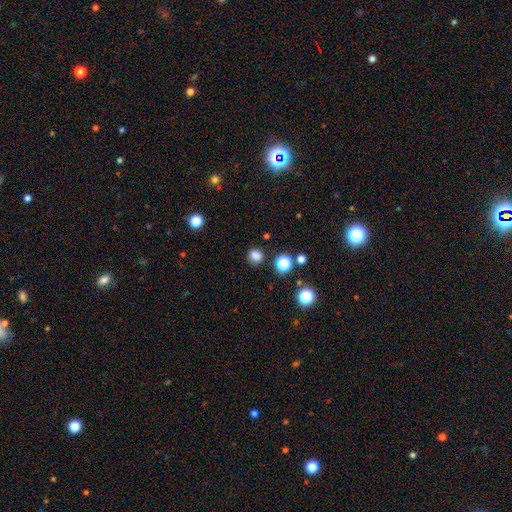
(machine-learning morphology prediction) smooth-or-featured: smooth: 81% | star or artifact: 16% | featured or disk: 4%
  how-rounded: round: 84% | in between: 15% | cigar-shaped: 1%
  merging: none: 86% | minor disturbance: 8% | major disturbance: 3% | merger: 3%